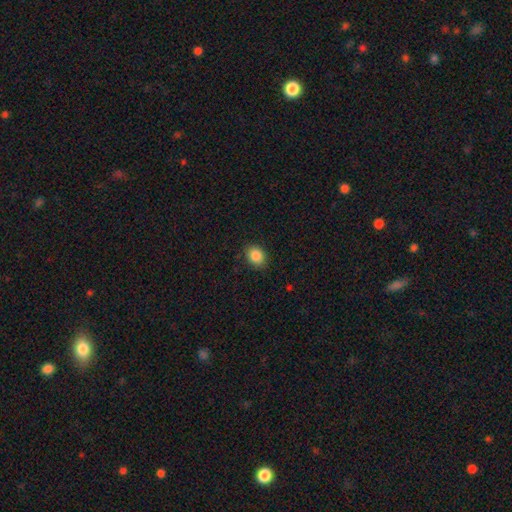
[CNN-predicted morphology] This is clearly a smooth galaxy (87%). How rounded: possibly in between (51%). Merging: clearly none (88%).